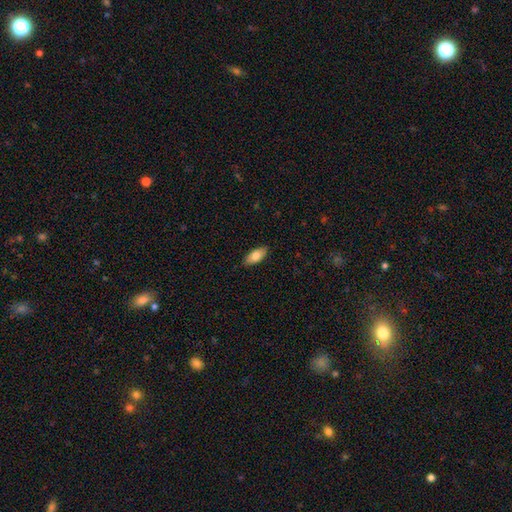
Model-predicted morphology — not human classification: Q: Smooth or featured?
A: smooth (78%); runner-up: featured or disk (15%)
Q: How rounded?
A: in between (88%); runner-up: cigar-shaped (10%)
Q: Merging?
A: none (86%); runner-up: minor disturbance (11%)